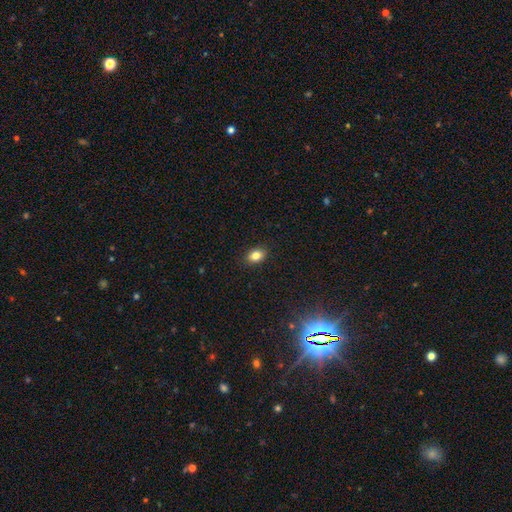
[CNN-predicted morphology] The model was most divided on "how rounded": in between: 78%, round: 21%, cigar-shaped: 1%. More confident: merging — none (89%); smooth or featured — smooth (83%).